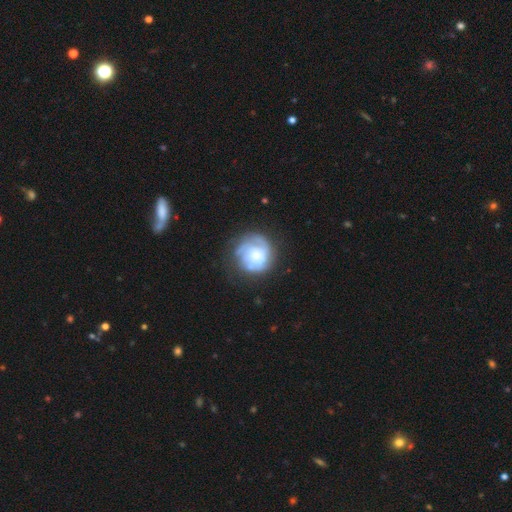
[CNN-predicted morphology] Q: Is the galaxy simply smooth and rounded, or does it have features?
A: featured or disk — 55%.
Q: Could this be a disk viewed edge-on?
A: no — 98%.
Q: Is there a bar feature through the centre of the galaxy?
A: no — 79%.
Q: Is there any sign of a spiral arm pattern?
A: yes — 67%.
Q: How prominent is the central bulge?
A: small — 39%.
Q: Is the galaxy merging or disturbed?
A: none — 59%.